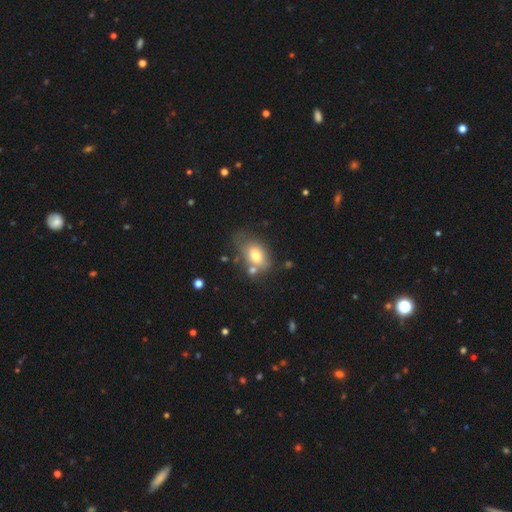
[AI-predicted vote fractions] smooth 71%, featured or disk 20%, star or artifact 9%. Down the decision tree: how rounded — in between (81%); merging — none (47%).